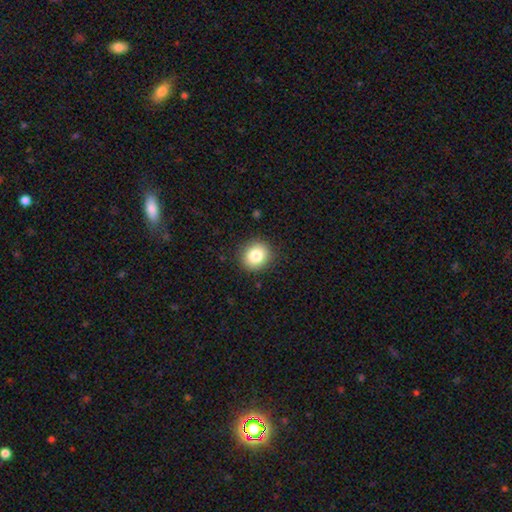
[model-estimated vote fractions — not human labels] Overall: smooth (84%). How rounded: round (78%). Merging: none (89%).